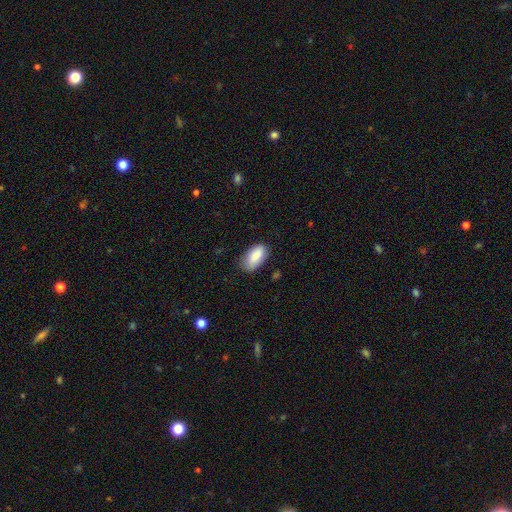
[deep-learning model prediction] The model was most divided on "merging": none: 72%, minor disturbance: 23%, major disturbance: 4%, merger: 1%. More confident: how rounded — in between (94%); smooth or featured — smooth (87%).